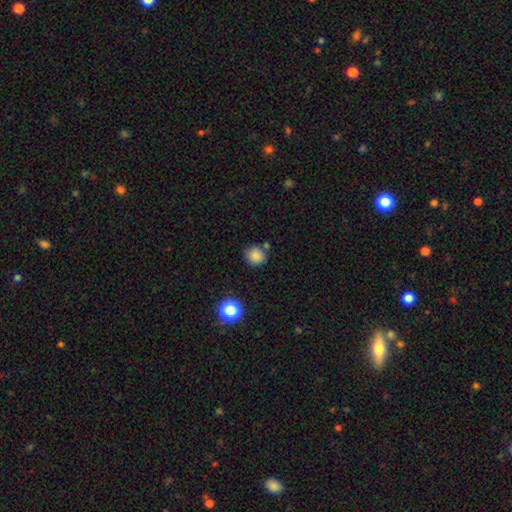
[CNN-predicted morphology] Overall: smooth (84%). How rounded: round (87%). Merging: none (75%).